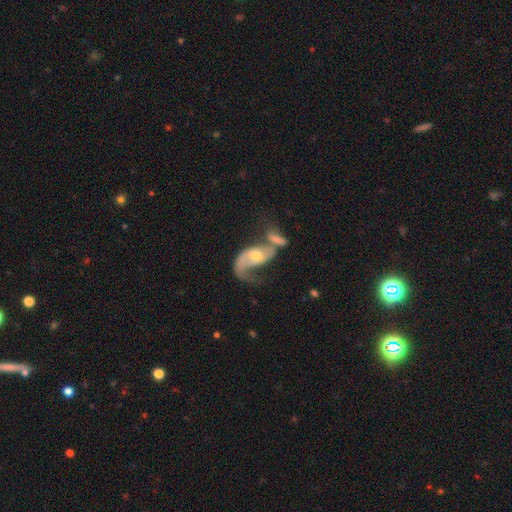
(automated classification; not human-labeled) This is clearly a featured or disk galaxy (83%). It is clearly not viewed edge-on (96%). Bar: possibly no (51%). Spiral arm pattern: clearly yes (91%). Spiral arm count: likely 2 (68%). Spiral winding: likely loose (60%). Central bulge: possibly moderate (56%). Merging: possibly merger (48%).